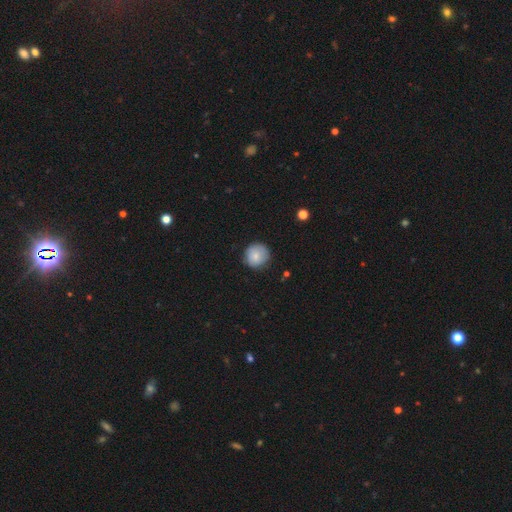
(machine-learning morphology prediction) Smooth or featured?
  - smooth: 79% *
  - featured or disk: 13%
  - star or artifact: 8%
How rounded?
  - round: 92% *
  - in between: 7%
  - cigar-shaped: 1%
Merging?
  - none: 83% *
  - minor disturbance: 13%
  - major disturbance: 3%
  - merger: 1%